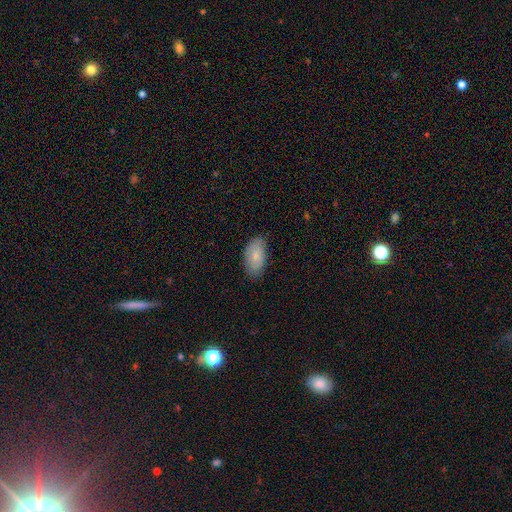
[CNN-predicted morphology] The model was most divided on "merging": none: 78%, minor disturbance: 18%, major disturbance: 3%, merger: 1%. More confident: how rounded — in between (94%); smooth or featured — smooth (79%).